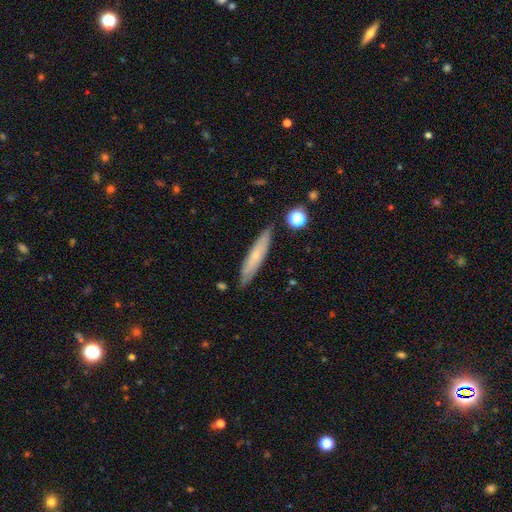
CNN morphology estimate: smooth-or-featured: smooth: 54% | featured or disk: 39% | star or artifact: 7%
  how-rounded: cigar-shaped: 87% | in between: 12% | round: 2%
  merging: none: 84% | minor disturbance: 12% | merger: 2% | major disturbance: 2%